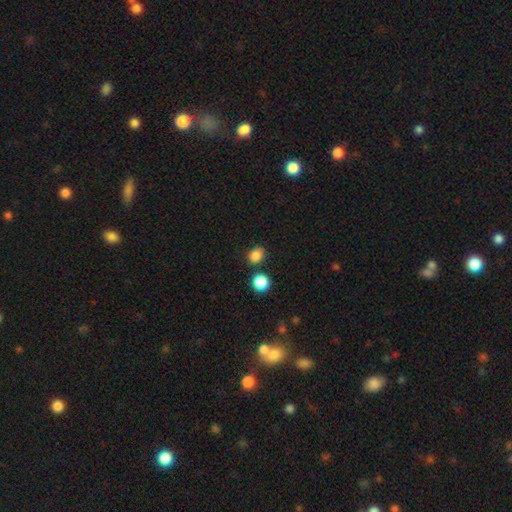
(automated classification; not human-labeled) Overall: smooth (84%). How rounded: round (53%; in between 46%). Merging: none (76%).